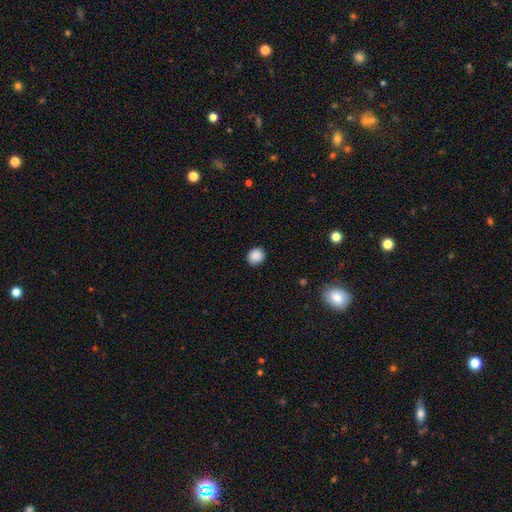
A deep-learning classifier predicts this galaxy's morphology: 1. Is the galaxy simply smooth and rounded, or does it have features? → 88% smooth, 9% star or artifact, 3% featured or disk.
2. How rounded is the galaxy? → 82% round, 17% in between, 1% cigar-shaped.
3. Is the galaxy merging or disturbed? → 88% none, 9% minor disturbance, 2% major disturbance, 1% merger.